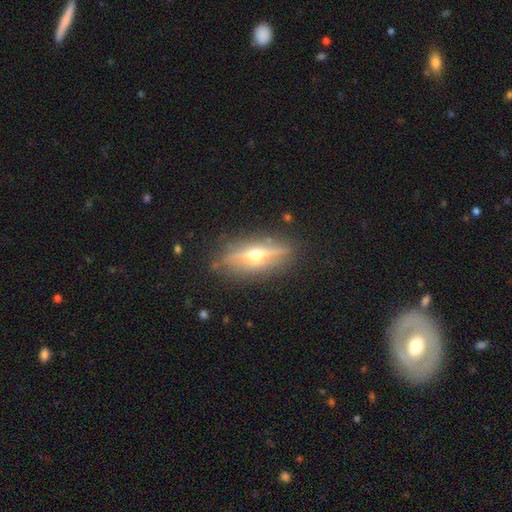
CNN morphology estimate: Smooth or featured? Predicted: featured or disk (p=0.71). Edge-on disk? Predicted: yes (p=0.88). Edge-on bulge? Predicted: rounded (p=0.95). Merging? Predicted: none (p=0.83).